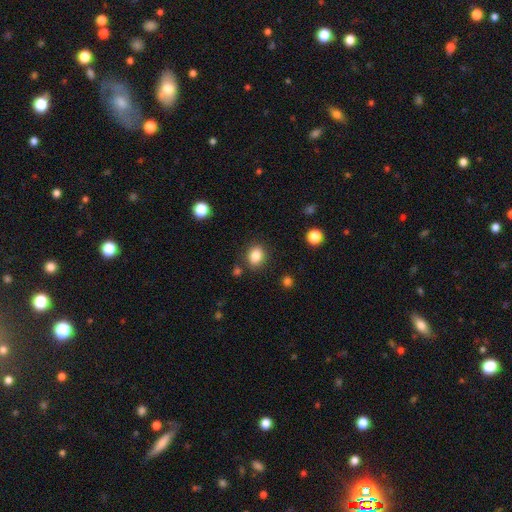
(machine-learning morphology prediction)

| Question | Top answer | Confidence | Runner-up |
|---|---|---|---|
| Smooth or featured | smooth | 85% | star or artifact (10%) |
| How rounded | round | 51% | in between (48%) |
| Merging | none | 84% | minor disturbance (9%) |